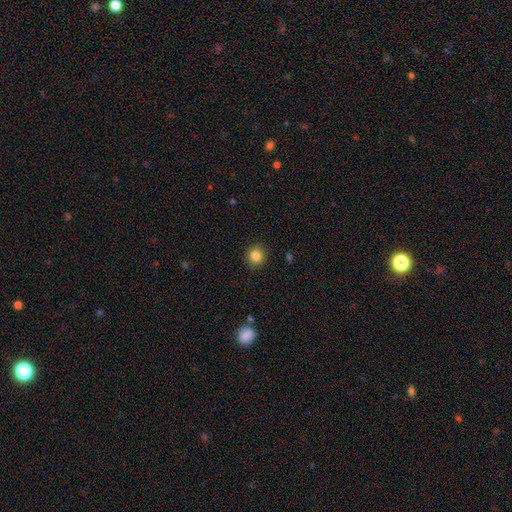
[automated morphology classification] Q: Smooth or featured?
A: smooth (85%); runner-up: star or artifact (10%)
Q: How rounded?
A: round (87%); runner-up: in between (12%)
Q: Merging?
A: none (89%); runner-up: minor disturbance (7%)